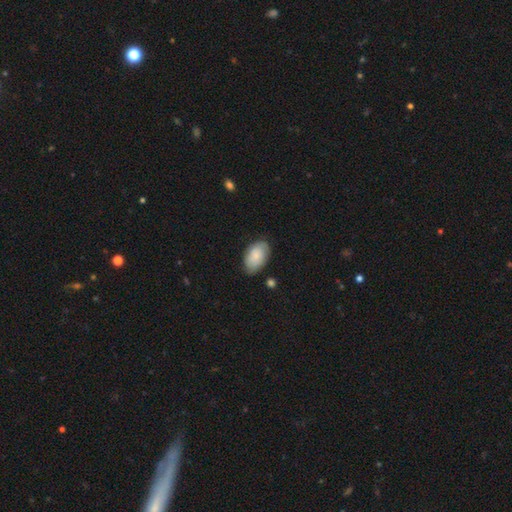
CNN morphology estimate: A smooth galaxy with no disk features (75%) that is in between round and cigar-shaped (93%). Merging: none (74%).